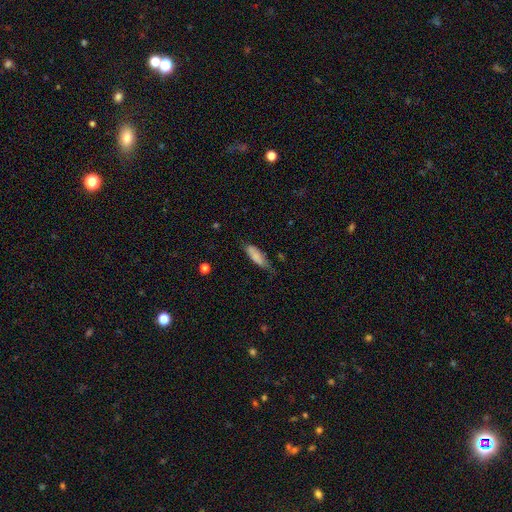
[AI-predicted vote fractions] This is clearly a smooth galaxy (82%). How rounded: possibly in between (52%). Merging: possibly none (59%).